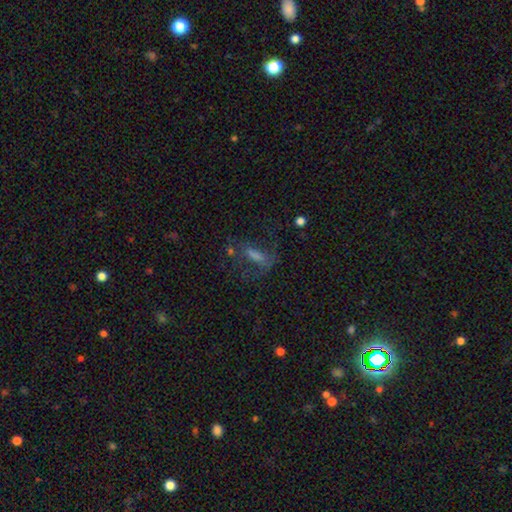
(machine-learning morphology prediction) Smooth or featured? Predicted: smooth (p=0.44). Merging? Predicted: none (p=0.44).